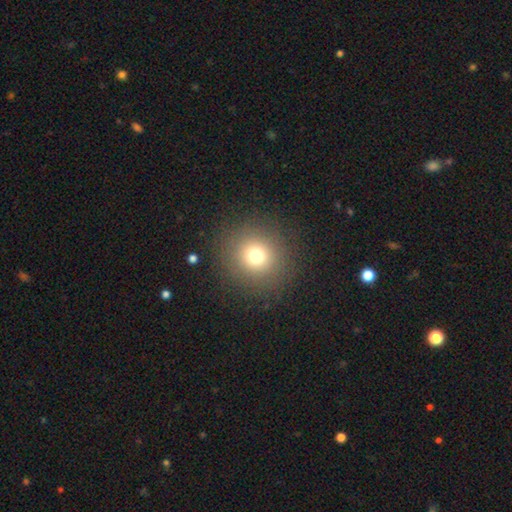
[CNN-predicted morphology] This is likely a smooth galaxy (72%). How rounded: clearly round (94%). Merging: clearly none (89%).